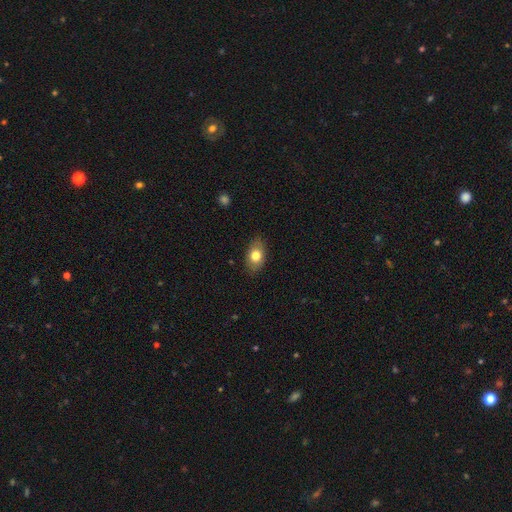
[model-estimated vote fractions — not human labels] Smooth or featured: smooth — 77% (featured or disk — 15%)
How rounded: in between — 83% (round — 15%)
Merging: none — 84% (minor disturbance — 13%)